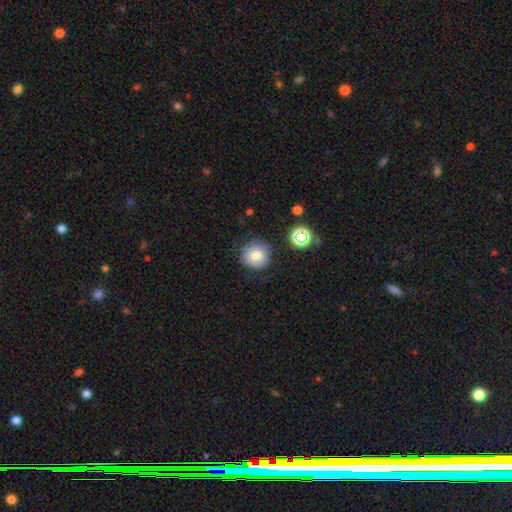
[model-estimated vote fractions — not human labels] Smooth or featured?
  - smooth: 75% *
  - star or artifact: 13%
  - featured or disk: 12%
How rounded?
  - round: 91% *
  - in between: 8%
  - cigar-shaped: 1%
Merging?
  - none: 74% *
  - minor disturbance: 17%
  - major disturbance: 5%
  - merger: 3%